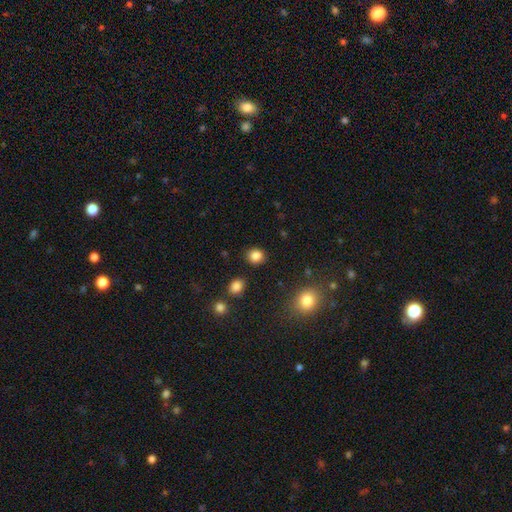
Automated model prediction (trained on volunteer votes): smooth_or_featured: smooth (p=0.85) [alt: star or artifact p=0.11]
how_rounded: round (p=0.74) [alt: in between p=0.25]
merging: none (p=0.86) [alt: minor disturbance p=0.08]